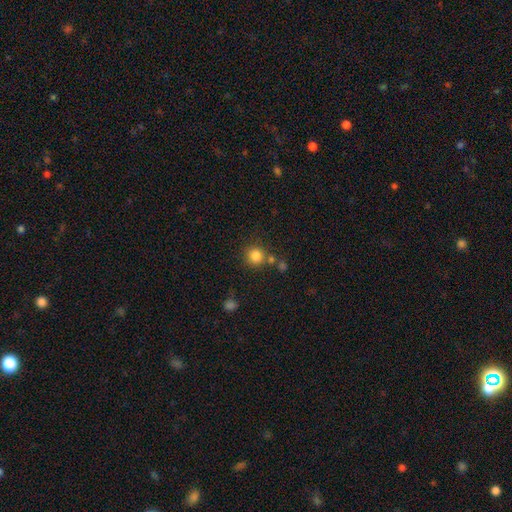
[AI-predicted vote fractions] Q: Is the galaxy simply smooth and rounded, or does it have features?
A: smooth — 83%.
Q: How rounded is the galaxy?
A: round — 93%.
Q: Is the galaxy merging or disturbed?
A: none — 75%.